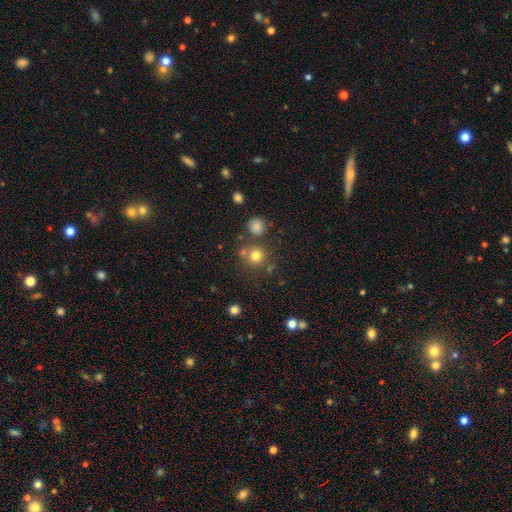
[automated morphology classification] smooth_or_featured: smooth (p=0.75) [alt: star or artifact p=0.17]
how_rounded: round (p=0.92) [alt: in between p=0.07]
merging: none (p=0.73) [alt: merger p=0.14]